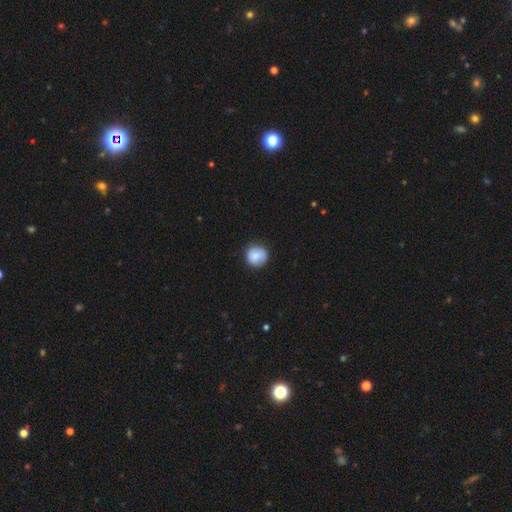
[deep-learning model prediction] Smooth or featured?
  - smooth: 84% *
  - featured or disk: 9%
  - star or artifact: 7%
How rounded?
  - round: 91% *
  - in between: 8%
  - cigar-shaped: 1%
Merging?
  - none: 84% *
  - minor disturbance: 12%
  - major disturbance: 3%
  - merger: 1%